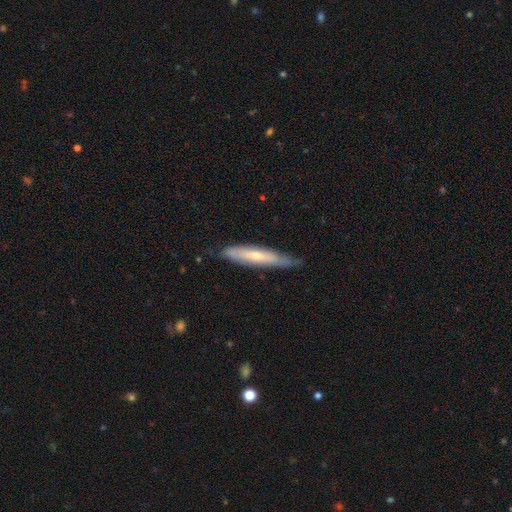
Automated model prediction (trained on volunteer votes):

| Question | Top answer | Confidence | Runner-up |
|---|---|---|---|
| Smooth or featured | smooth | 49% | featured or disk (45%) |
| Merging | none | 71% | minor disturbance (24%) |